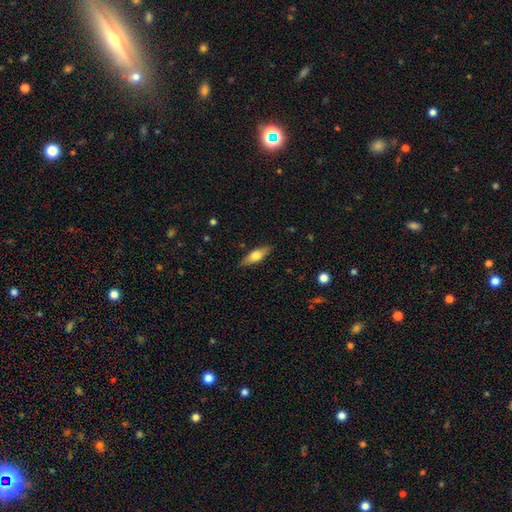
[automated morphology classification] This appears to be a smooth galaxy with no disk features (62%) that is in between round and cigar-shaped (54%). Merging: none (87%).